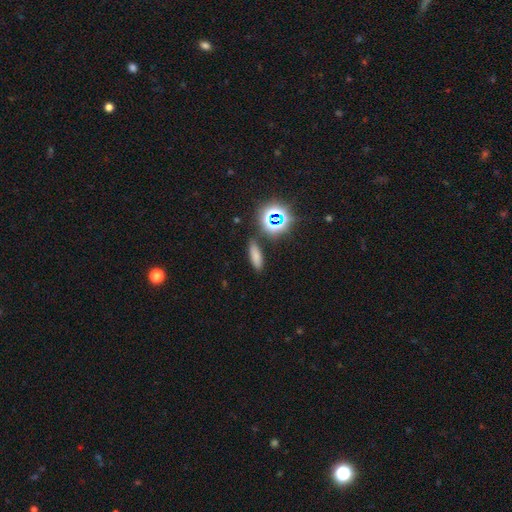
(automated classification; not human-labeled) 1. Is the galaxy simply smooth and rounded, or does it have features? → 70% smooth, 22% star or artifact, 8% featured or disk.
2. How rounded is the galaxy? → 48% in between, 44% cigar-shaped, 7% round.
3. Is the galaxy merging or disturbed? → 82% none, 10% minor disturbance, 4% merger, 3% major disturbance.